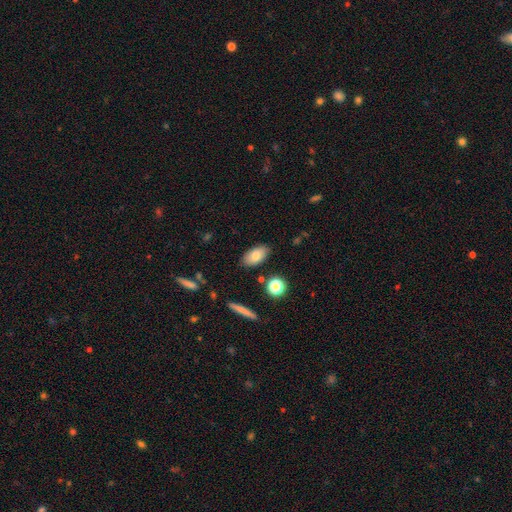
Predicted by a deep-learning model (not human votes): Overall: smooth (79%). How rounded: in between (91%). Merging: none (84%).